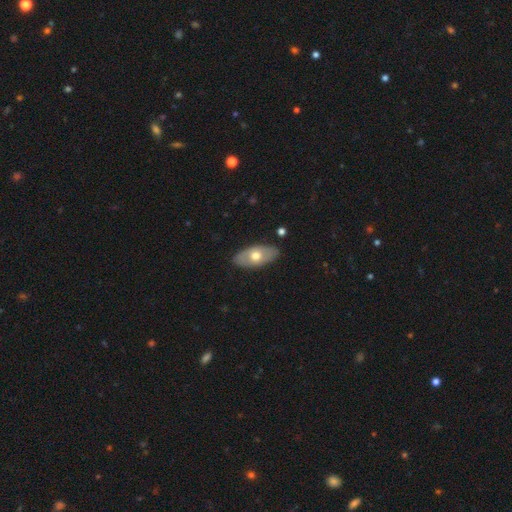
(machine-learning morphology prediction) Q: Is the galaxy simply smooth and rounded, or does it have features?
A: smooth — 55%.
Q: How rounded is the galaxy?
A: in between — 91%.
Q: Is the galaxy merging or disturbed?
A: none — 86%.